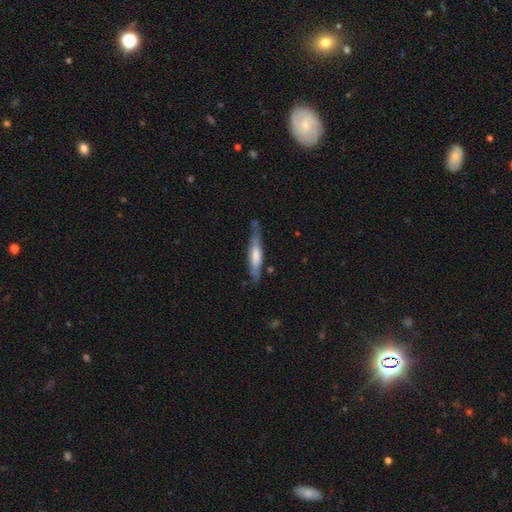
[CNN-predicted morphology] Overall: smooth (48%; featured or disk 47%). Merging: none (66%).